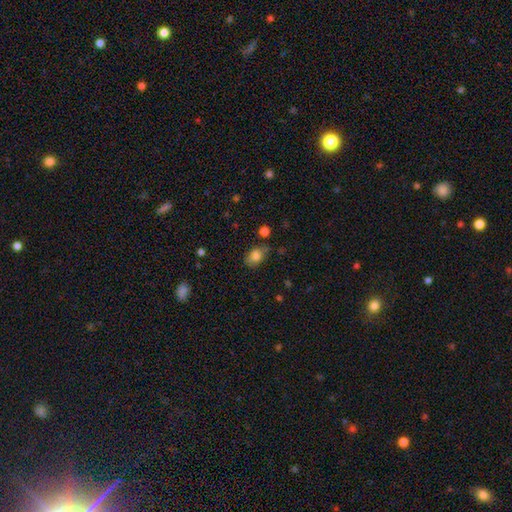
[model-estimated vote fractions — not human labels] Overall: smooth (82%). How rounded: in between (68%; round 30%). Merging: none (61%; minor disturbance 25%).